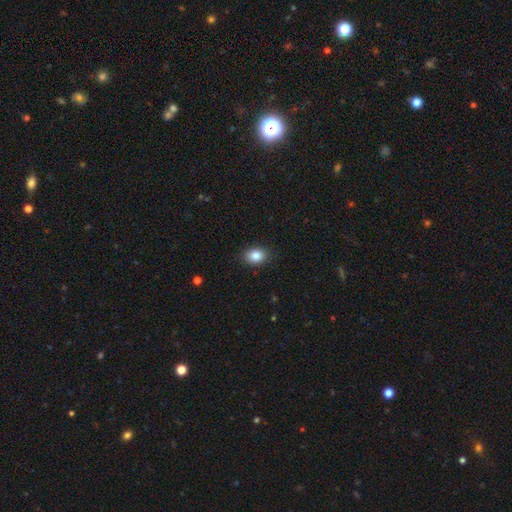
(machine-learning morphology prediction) Overall: smooth (84%). How rounded: in between (68%; round 31%). Merging: none (88%).